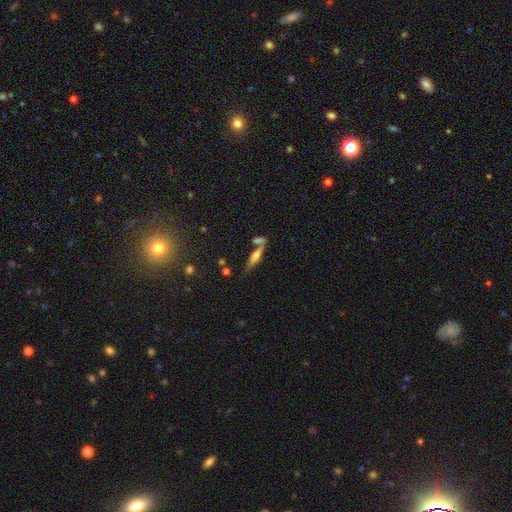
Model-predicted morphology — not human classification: Q: Smooth or featured?
A: smooth (50%); runner-up: featured or disk (41%)
Q: Merging?
A: none (54%); runner-up: merger (30%)